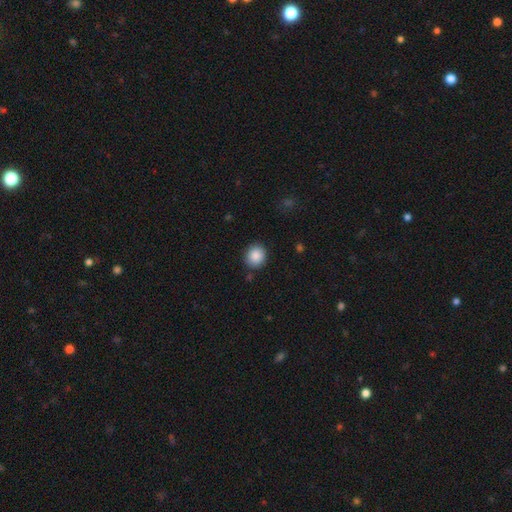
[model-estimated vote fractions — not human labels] Smooth or featured?
  - smooth: 88% *
  - star or artifact: 8%
  - featured or disk: 4%
How rounded?
  - round: 78% *
  - in between: 21%
  - cigar-shaped: 1%
Merging?
  - none: 87% *
  - minor disturbance: 9%
  - major disturbance: 3%
  - merger: 2%